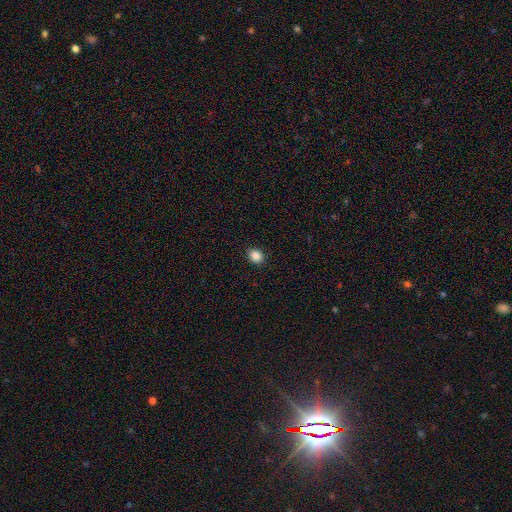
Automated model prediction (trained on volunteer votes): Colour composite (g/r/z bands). It shows a smooth galaxy with no disk features (87%) that is round (56%). Merging: none (90%).